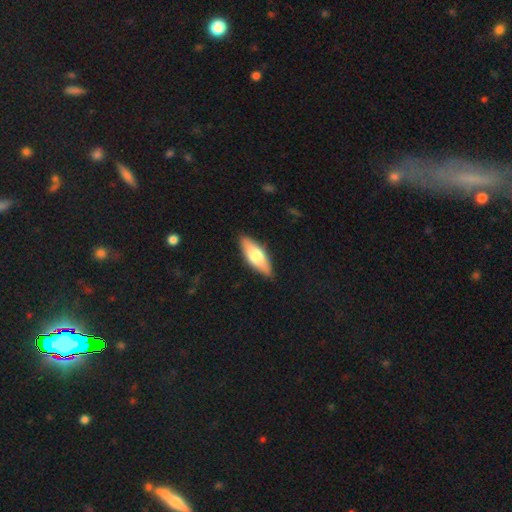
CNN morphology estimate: This appears to be a smooth galaxy with no disk features (61%) that is in between round and cigar-shaped (67%). Merging: none (87%).